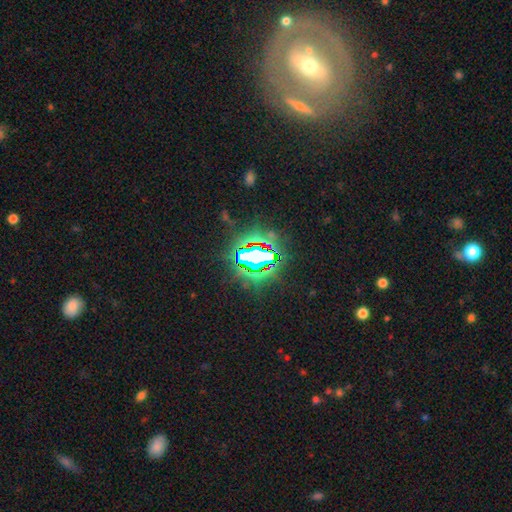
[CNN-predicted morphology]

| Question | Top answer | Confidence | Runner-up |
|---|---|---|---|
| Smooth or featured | star or artifact | 76% | smooth (13%) |